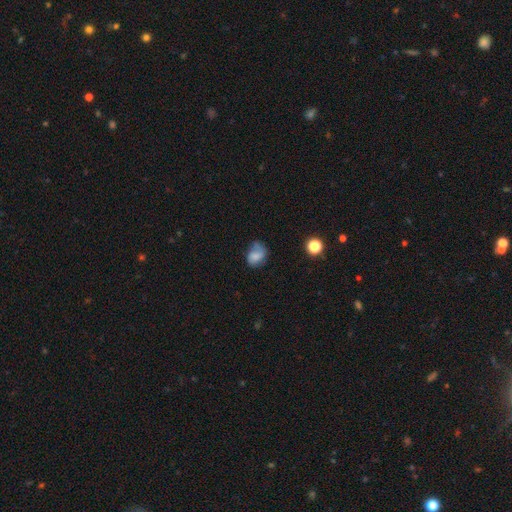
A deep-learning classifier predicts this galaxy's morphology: smooth-or-featured: smooth: 66% | featured or disk: 23% | star or artifact: 11%
  how-rounded: in between: 65% | round: 34% | cigar-shaped: 1%
  merging: none: 41% | minor disturbance: 35% | major disturbance: 21% | merger: 3%